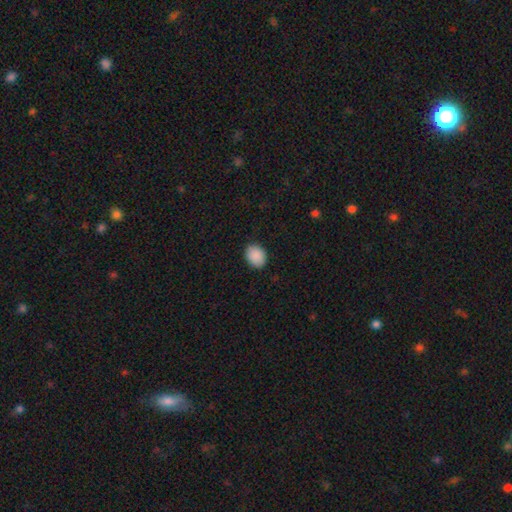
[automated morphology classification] The model was most divided on "how rounded": in between: 66%, round: 33%, cigar-shaped: 1%. More confident: smooth or featured — smooth (90%); merging — none (87%).